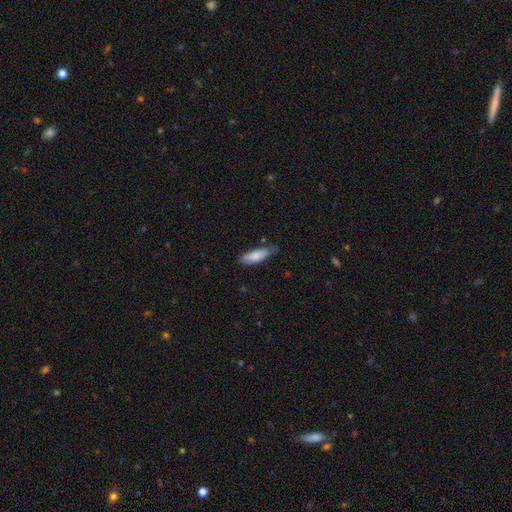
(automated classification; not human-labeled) A smooth galaxy with no disk features (82%) that is in between round and cigar-shaped (60%). Merging: none (71%).